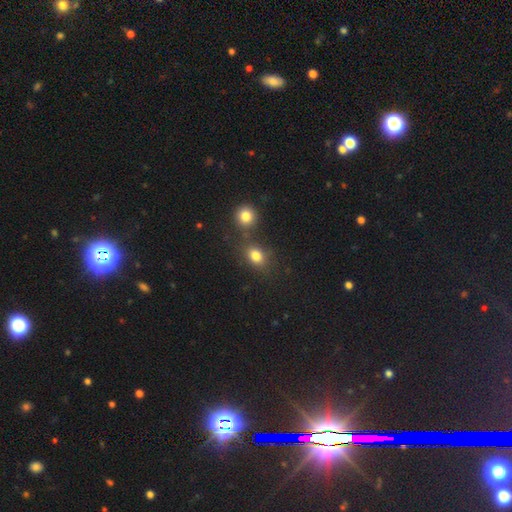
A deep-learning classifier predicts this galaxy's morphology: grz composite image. It shows a smooth galaxy with no disk features (80%) that is in between round and cigar-shaped (53%). Merging: none (64%).